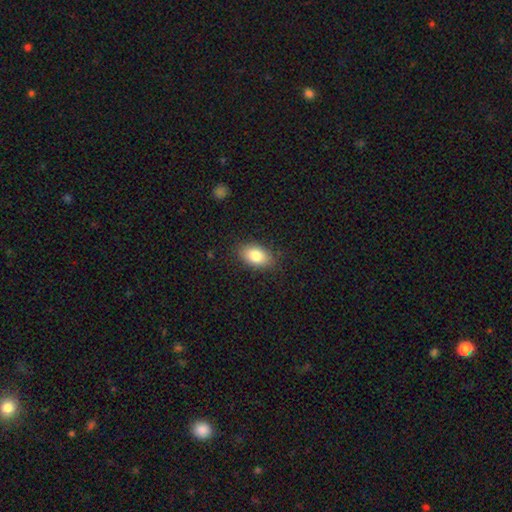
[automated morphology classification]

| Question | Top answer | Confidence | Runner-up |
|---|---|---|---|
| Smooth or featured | smooth | 82% | featured or disk (10%) |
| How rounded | in between | 90% | round (8%) |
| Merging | none | 85% | minor disturbance (11%) |